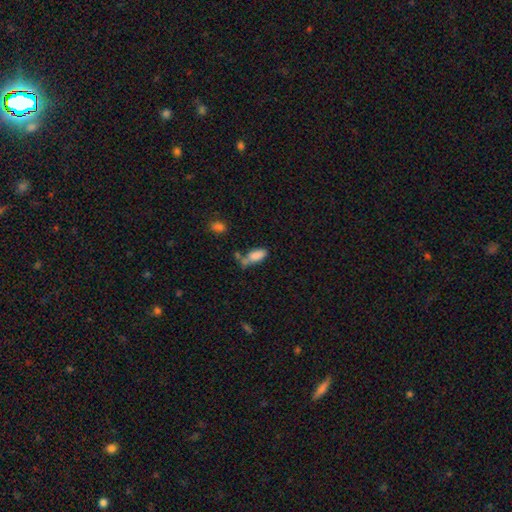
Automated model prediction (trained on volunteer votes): smooth 83%, star or artifact 9%, featured or disk 8%. Down the decision tree: how rounded — in between (85%); merging — none (40%).